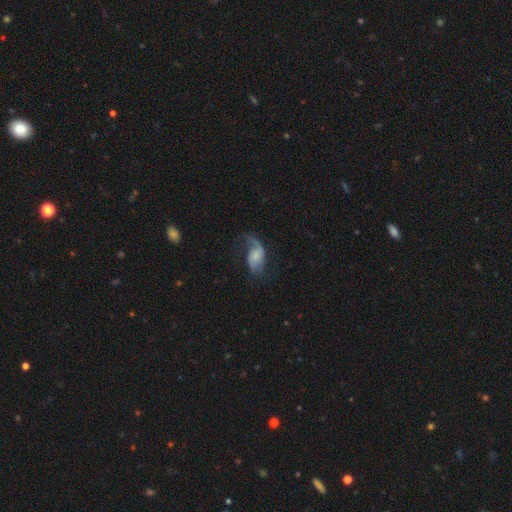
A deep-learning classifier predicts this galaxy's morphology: Smooth or featured: featured or disk — 64% (smooth — 29%)
Edge-on disk: no — 96% (yes — 4%)
Bar: no — 63% (weak — 30%)
Spiral arms: yes — 90% (no — 10%)
Spiral winding: loose — 68% (medium — 24%)
Spiral arm count: 2 — 53% (1 — 40%)
Bulge size: small — 36% (none — 30%)
Merging: none — 39% (major disturbance — 35%)